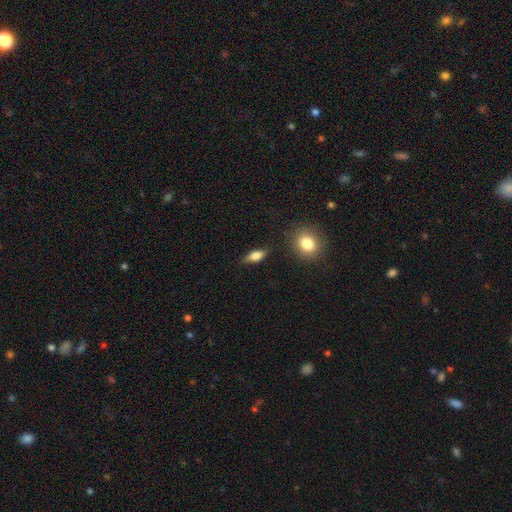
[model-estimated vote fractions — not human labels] smooth-or-featured: smooth: 69% | featured or disk: 23% | star or artifact: 8%
  how-rounded: in between: 70% | cigar-shaped: 24% | round: 7%
  merging: none: 75% | minor disturbance: 18% | major disturbance: 5% | merger: 3%